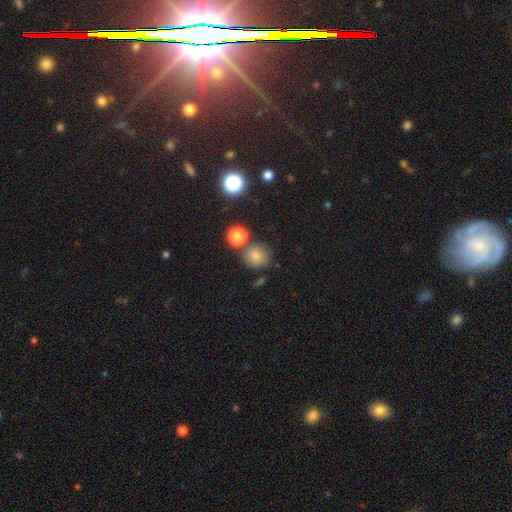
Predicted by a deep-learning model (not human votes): A smooth galaxy with no disk features (72%) that is round (86%).

Vote fractions:
- Smooth or featured? smooth: 72% / star or artifact: 16% / featured or disk: 12%
- How rounded? round: 86% / in between: 13% / cigar-shaped: 1%
- Merging? none: 66% / merger: 15% / minor disturbance: 14% / major disturbance: 5%